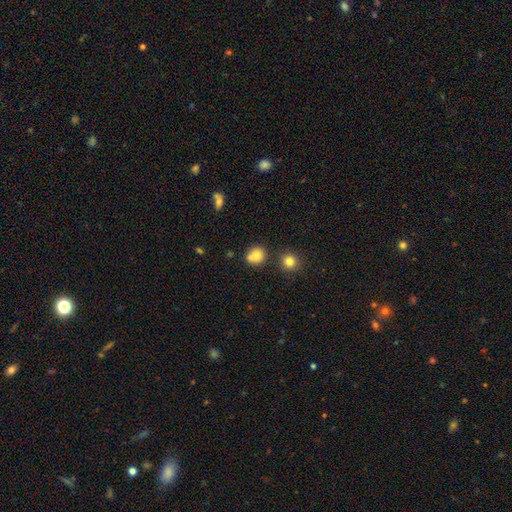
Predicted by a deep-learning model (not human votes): Q: Smooth or featured?
A: smooth (78%); runner-up: star or artifact (11%)
Q: How rounded?
A: round (77%); runner-up: in between (22%)
Q: Merging?
A: none (56%); runner-up: merger (27%)